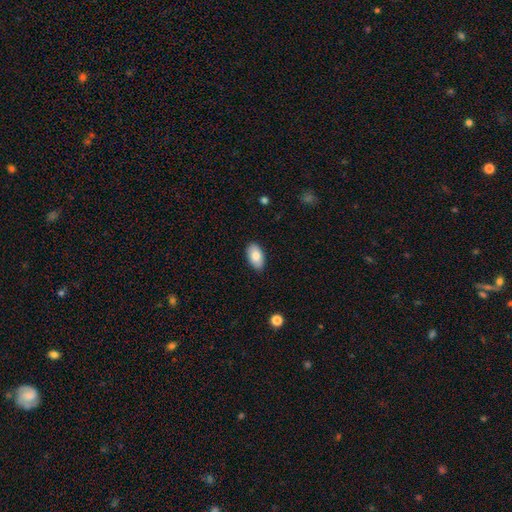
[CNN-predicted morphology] Q: Smooth or featured?
A: smooth (81%); runner-up: featured or disk (13%)
Q: How rounded?
A: in between (94%); runner-up: round (4%)
Q: Merging?
A: none (86%); runner-up: minor disturbance (11%)